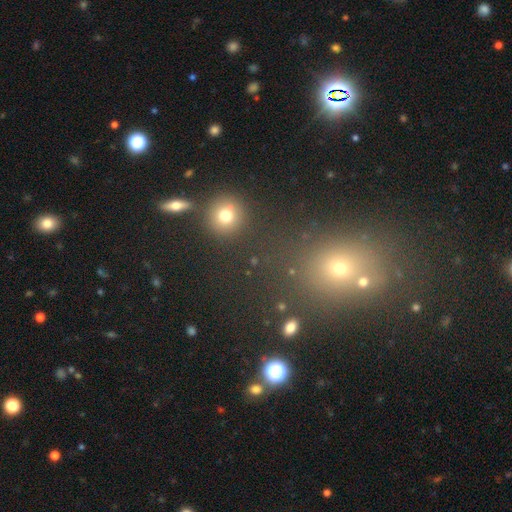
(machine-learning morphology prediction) A star or artifact, not a galaxy (45%, tied with smooth).